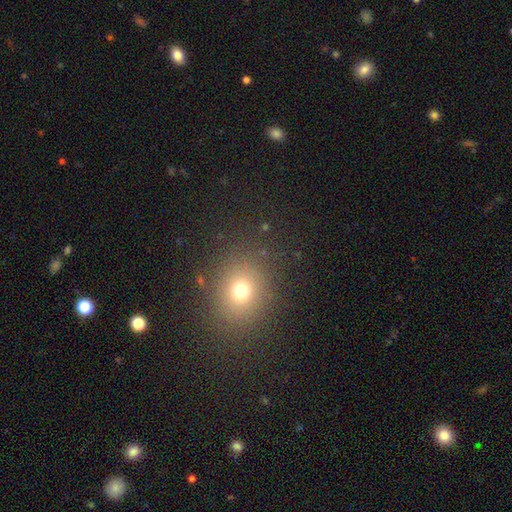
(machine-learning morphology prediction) Q: Smooth or featured?
A: smooth (65%); runner-up: star or artifact (27%)
Q: How rounded?
A: round (64%); runner-up: in between (35%)
Q: Merging?
A: none (90%); runner-up: minor disturbance (6%)